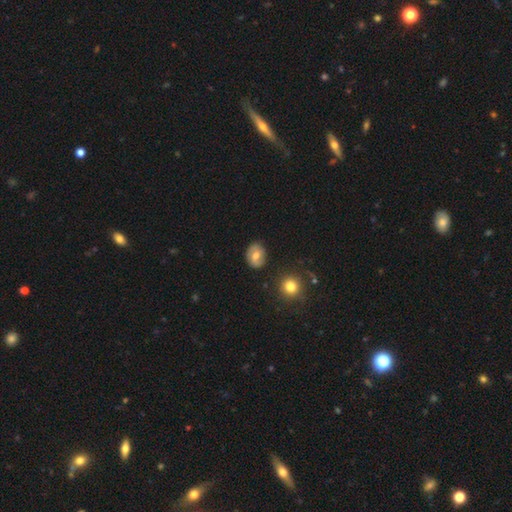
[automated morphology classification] smooth 53%, featured or disk 38%, star or artifact 8%. Down the decision tree: how rounded — in between (50%); merging — none (82%).